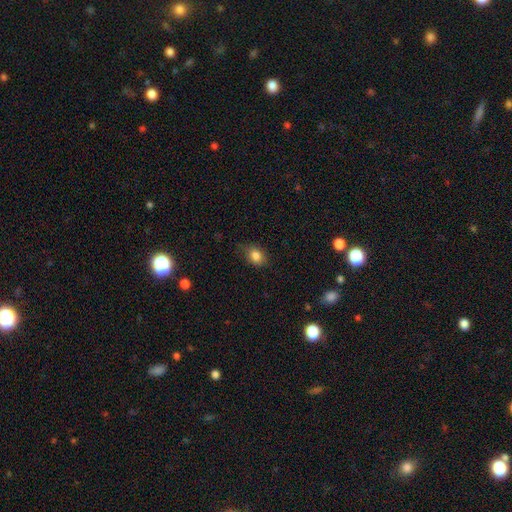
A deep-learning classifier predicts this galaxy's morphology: Overall: smooth (83%). How rounded: in between (67%; round 32%). Merging: none (72%).